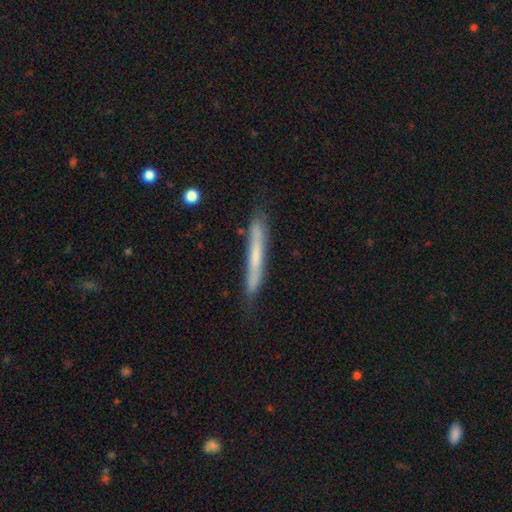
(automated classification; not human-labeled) A smooth galaxy with no disk features (52%) that is cigar-shaped (96%). Merging: none (77%).